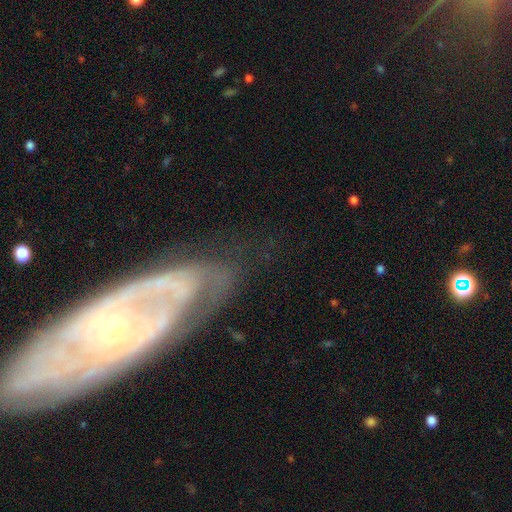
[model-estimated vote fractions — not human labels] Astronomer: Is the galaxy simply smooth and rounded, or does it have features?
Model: featured or disk — 75%.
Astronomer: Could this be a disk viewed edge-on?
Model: no — 83%.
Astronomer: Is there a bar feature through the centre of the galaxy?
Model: no — 70%.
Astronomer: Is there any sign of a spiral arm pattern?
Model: yes — 75%.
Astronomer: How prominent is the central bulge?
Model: small — 74%.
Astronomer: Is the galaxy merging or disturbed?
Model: none — 66%.